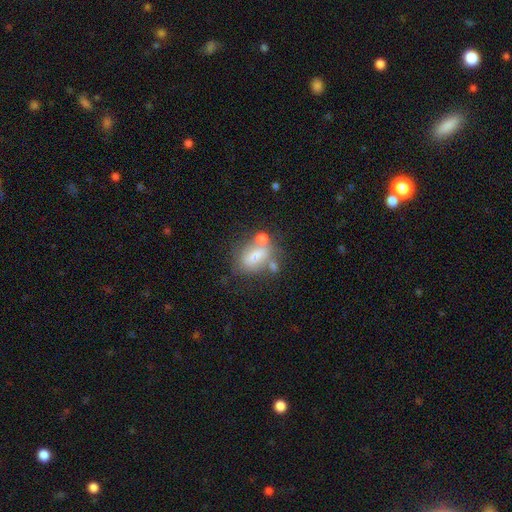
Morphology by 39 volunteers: This is clearly a smooth galaxy (85%). How rounded: clearly in between (82%). Merging: marginally none (43%).